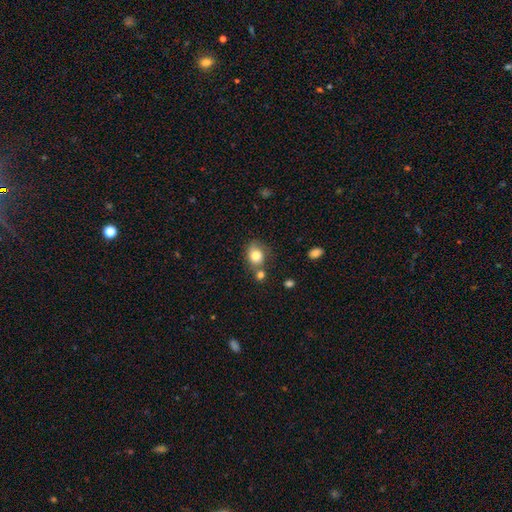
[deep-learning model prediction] This is likely a smooth galaxy (79%). How rounded: possibly round (55%). Merging: possibly none (56%).